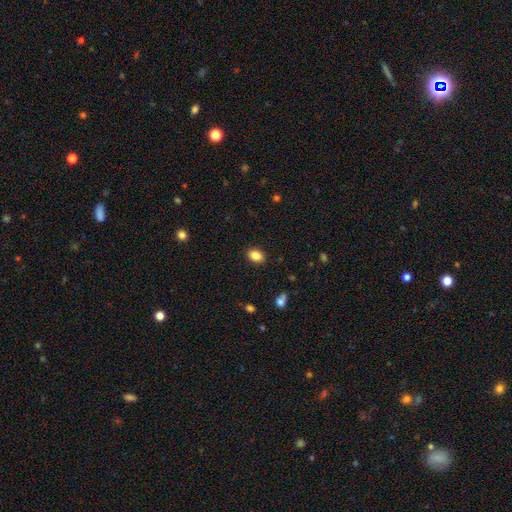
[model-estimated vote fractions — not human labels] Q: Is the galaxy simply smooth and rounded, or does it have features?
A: smooth — 85%.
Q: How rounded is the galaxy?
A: in between — 77%.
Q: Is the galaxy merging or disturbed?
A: none — 89%.